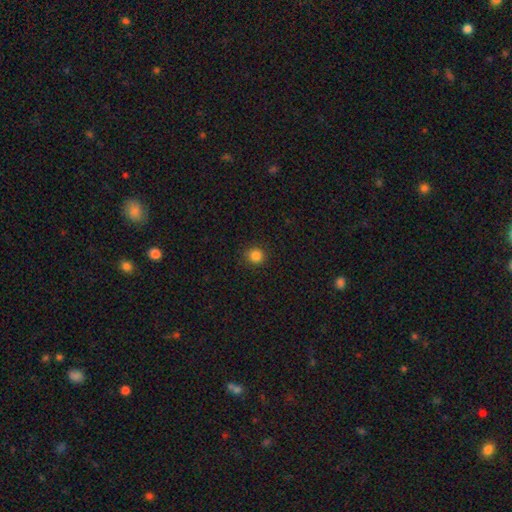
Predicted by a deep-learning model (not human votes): Morphology: type=smooth (84%); roundness=round (91%); merging=none (90%).